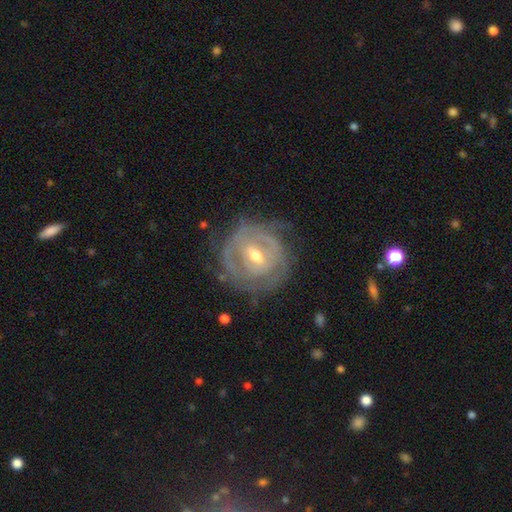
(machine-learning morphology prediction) type=featured or disk (80%); edge-on=no (96%); bar=weak (50%); spiral arms=yes (78%); winding=tight (70%); arm count=can't tell (45%); bulge=moderate (66%); merging=none (68%).